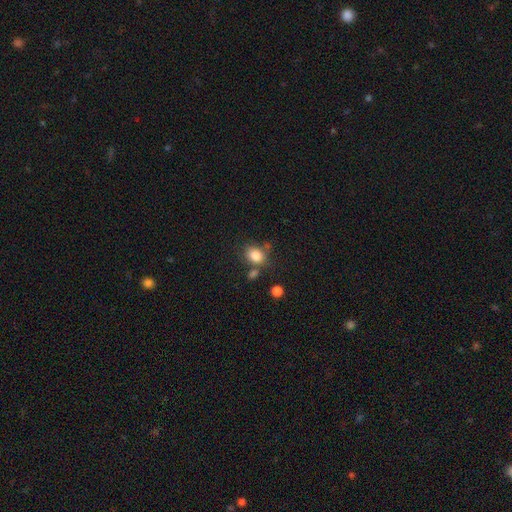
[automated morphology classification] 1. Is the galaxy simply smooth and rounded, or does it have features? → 82% smooth, 10% star or artifact, 7% featured or disk.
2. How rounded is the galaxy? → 58% in between, 41% round, 1% cigar-shaped.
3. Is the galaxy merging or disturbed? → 63% none, 16% minor disturbance, 16% merger, 6% major disturbance.